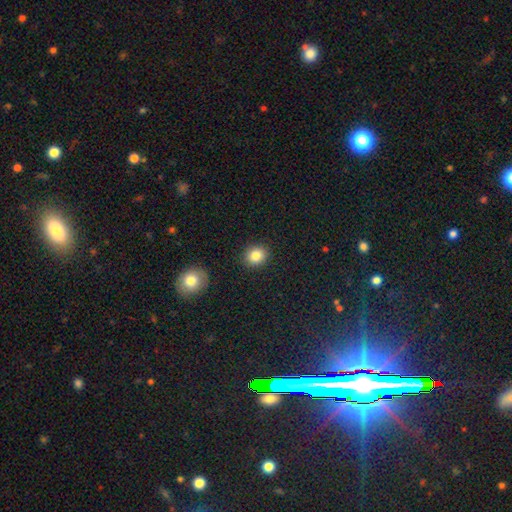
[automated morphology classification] This appears to be a smooth galaxy with no disk features (84%) that is round (74%). Merging: none (90%).